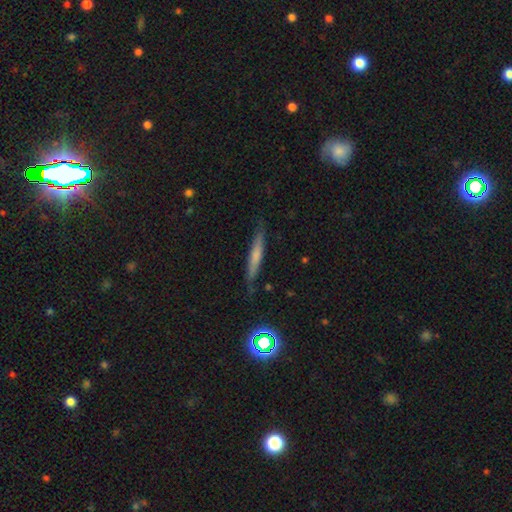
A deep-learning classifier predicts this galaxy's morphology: Smooth or featured? smooth (56%)
How rounded? cigar-shaped (92%)
Merging? none (81%)